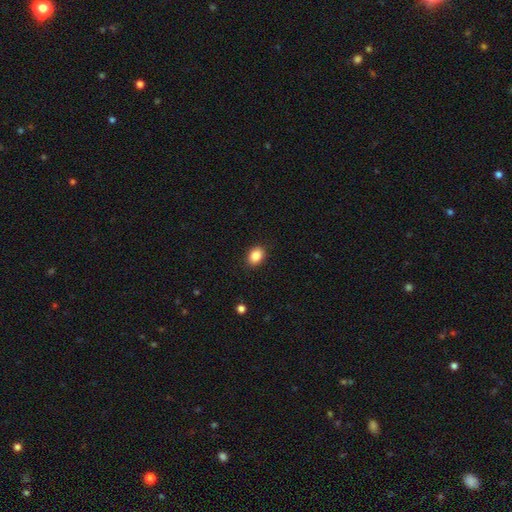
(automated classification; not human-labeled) Q: Smooth or featured?
A: smooth (87%); runner-up: star or artifact (9%)
Q: How rounded?
A: in between (65%); runner-up: round (34%)
Q: Merging?
A: none (89%); runner-up: minor disturbance (8%)